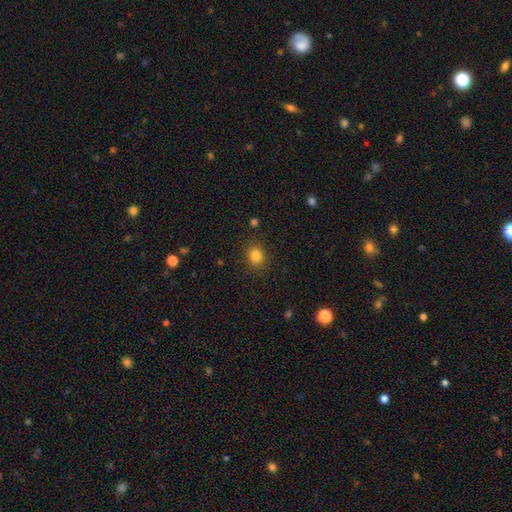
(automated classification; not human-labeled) smooth-or-featured: smooth: 83% | star or artifact: 12% | featured or disk: 5%
  how-rounded: round: 68% | in between: 31% | cigar-shaped: 1%
  merging: none: 87% | minor disturbance: 9% | major disturbance: 3% | merger: 1%